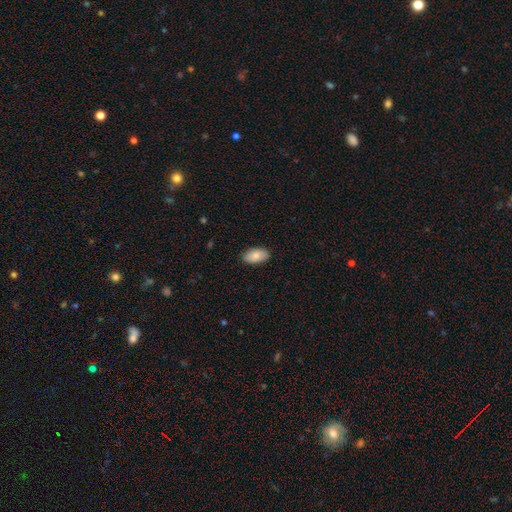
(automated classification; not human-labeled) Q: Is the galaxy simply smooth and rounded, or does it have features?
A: smooth — 84%.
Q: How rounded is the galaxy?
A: in between — 95%.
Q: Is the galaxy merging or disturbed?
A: none — 88%.